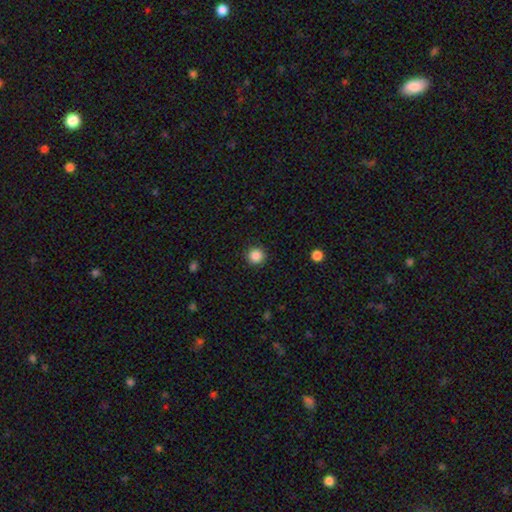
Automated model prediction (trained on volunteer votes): A smooth galaxy with no disk features (86%) that is round (95%). Merging: none (92%).